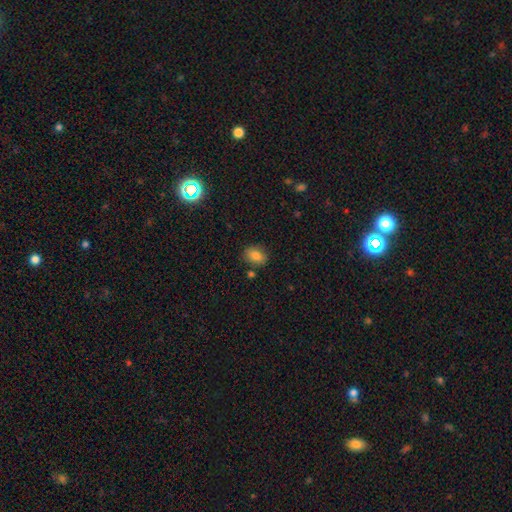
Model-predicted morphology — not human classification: Overall: smooth (82%). How rounded: in between (70%). Merging: none (80%).